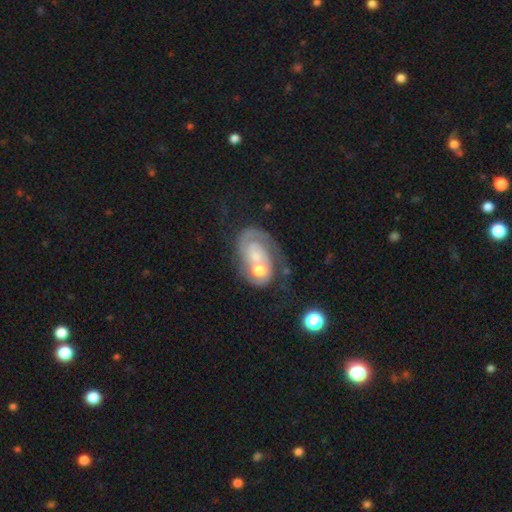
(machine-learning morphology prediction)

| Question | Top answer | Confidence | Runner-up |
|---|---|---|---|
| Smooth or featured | featured or disk | 81% | smooth (12%) |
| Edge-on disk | no | 97% | yes (3%) |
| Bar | no | 70% | weak (24%) |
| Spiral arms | yes | 91% | no (9%) |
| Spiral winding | tight | 53% | medium (33%) |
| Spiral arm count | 1 | 48% | 2 (34%) |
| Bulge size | moderate | 49% | small (36%) |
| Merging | merger | 34% | none (32%) |